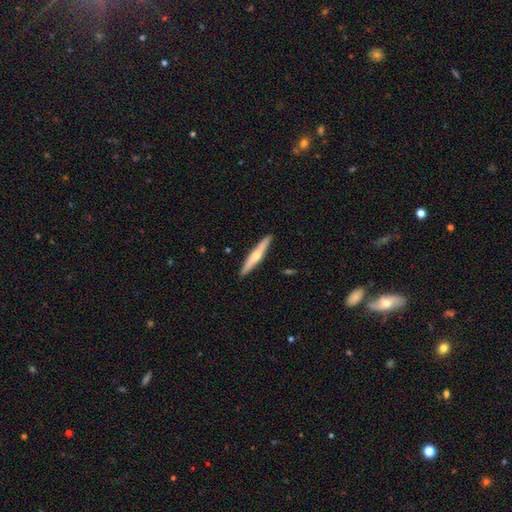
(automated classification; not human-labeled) Smooth or featured: featured or disk — 57% (smooth — 37%)
Edge-on disk: yes — 96% (no — 4%)
Edge-on bulge: rounded — 85% (none — 11%)
Merging: none — 92% (minor disturbance — 6%)